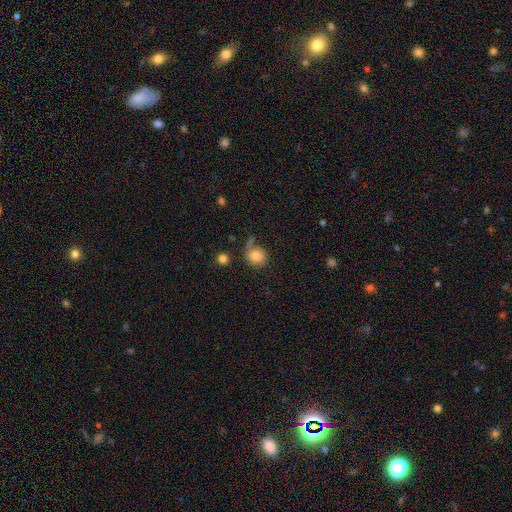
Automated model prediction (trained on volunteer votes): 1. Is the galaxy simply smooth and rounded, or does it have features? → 82% smooth, 10% star or artifact, 9% featured or disk.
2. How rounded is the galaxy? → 79% round, 20% in between, 1% cigar-shaped.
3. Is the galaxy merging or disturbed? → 58% none, 20% minor disturbance, 11% major disturbance, 11% merger.